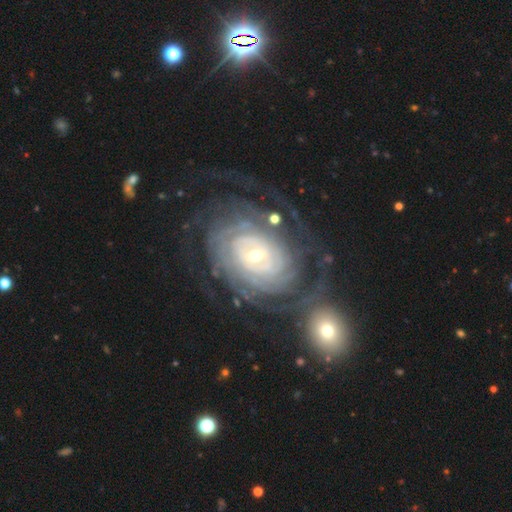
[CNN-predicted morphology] A featured or disk galaxy (90%) with no bar (50%), tight (83%) spiral arms (96%) and a small central bulge (54%).

Vote fractions:
- Smooth or featured? featured or disk: 90% / smooth: 5% / star or artifact: 5%
- Edge-on disk? no: 97% / yes: 3%
- Bar? no: 50% / weak: 34% / strong: 16%
- Spiral arms? yes: 96% / no: 4%
- Spiral winding? tight: 83% / medium: 13% / loose: 4%
- Spiral arm count? can't tell: 40% / more than 4: 16% / 4: 15% / 2: 12% / 3: 11% / 1: 7%
- Bulge size? small: 54% / moderate: 41% / large: 3% / dominant: 1% / none: 1%
- Merging? none: 62% / minor disturbance: 16% / major disturbance: 14% / merger: 9%